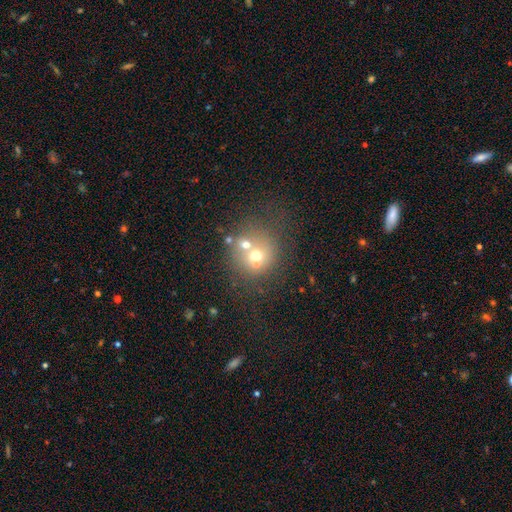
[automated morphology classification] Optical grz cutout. It shows a smooth galaxy with no disk features (57%) that is round (82%). Merging: merger (46%).